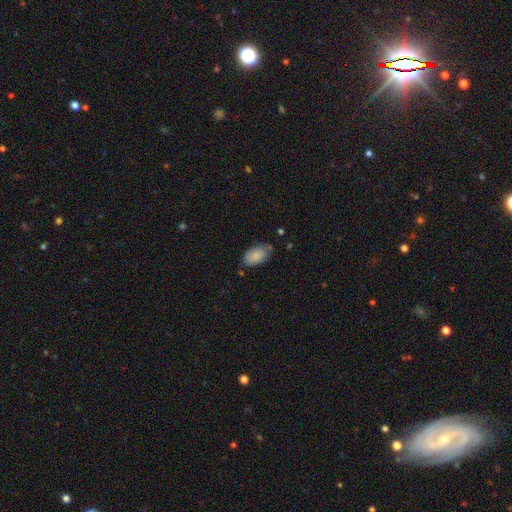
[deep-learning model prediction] This appears to be a smooth galaxy with no disk features (86%) that is in between round and cigar-shaped (94%). Merging: none (71%).